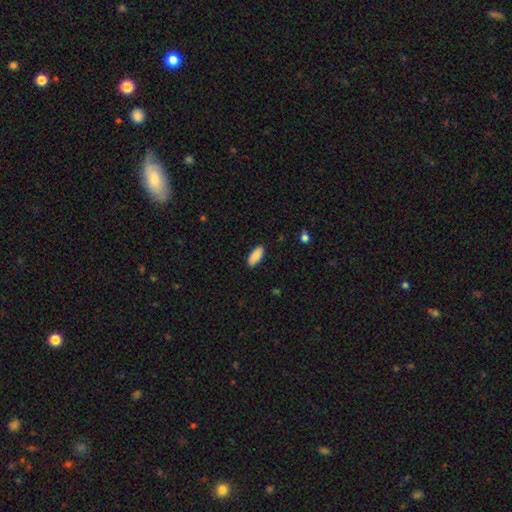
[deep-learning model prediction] The model was most divided on "how rounded": in between: 86%, cigar-shaped: 13%, round: 2%. More confident: smooth or featured — smooth (90%); merging — none (89%).